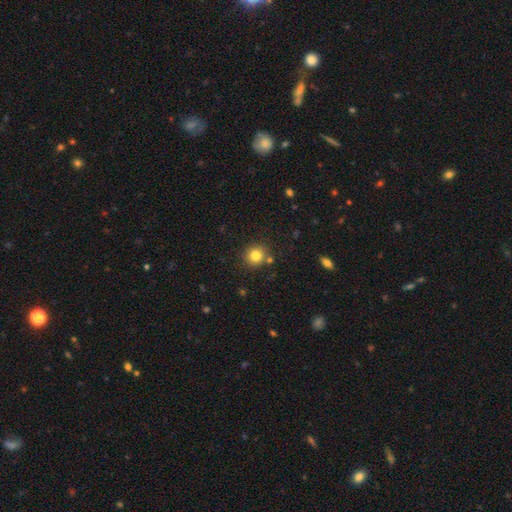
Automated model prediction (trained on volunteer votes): Smooth or featured? smooth (81%)
How rounded? round (89%)
Merging? none (83%)